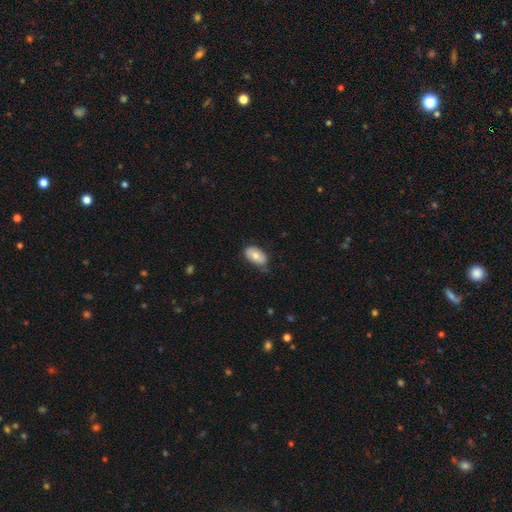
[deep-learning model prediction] A smooth galaxy with no disk features (72%) that is in between round and cigar-shaped (93%). Merging: none (63%).